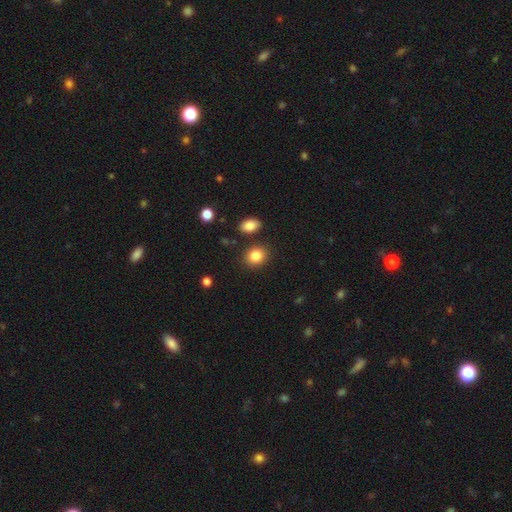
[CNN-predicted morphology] This appears to be a smooth galaxy with no disk features (86%) that is round (59%). Merging: none (84%).